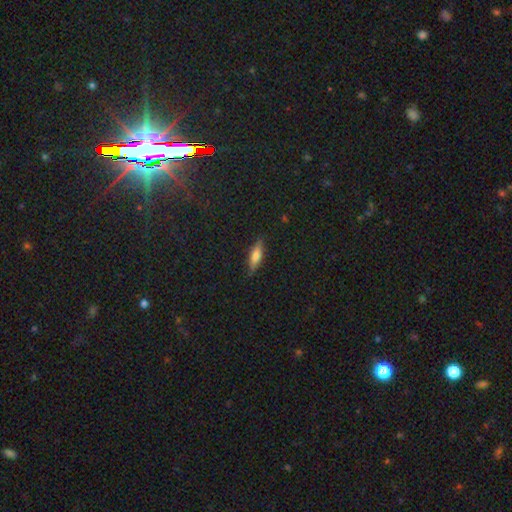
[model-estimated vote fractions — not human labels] Smooth or featured?
  - smooth: 63% *
  - featured or disk: 28%
  - star or artifact: 9%
How rounded?
  - cigar-shaped: 54% *
  - in between: 43%
  - round: 3%
Merging?
  - none: 85% *
  - minor disturbance: 12%
  - major disturbance: 2%
  - merger: 1%